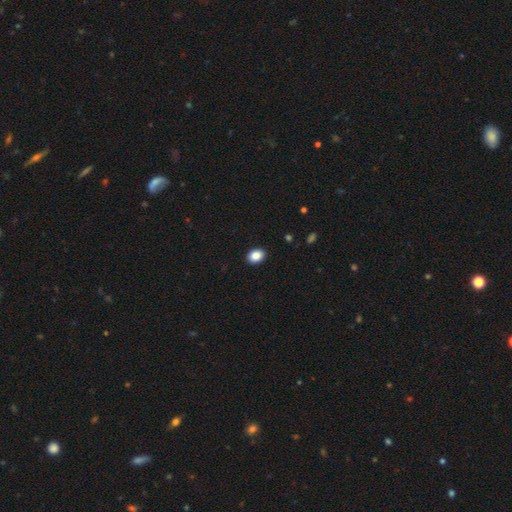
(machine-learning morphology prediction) smooth_or_featured: smooth (p=0.86) [alt: star or artifact p=0.09]
how_rounded: in between (p=0.64) [alt: round p=0.35]
merging: none (p=0.91) [alt: minor disturbance p=0.06]